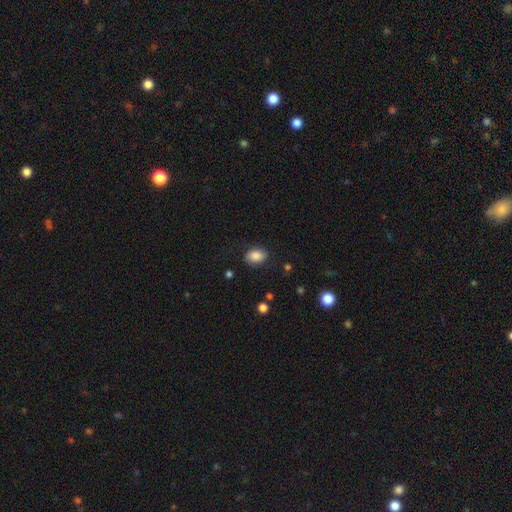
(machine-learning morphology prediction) smooth-or-featured: smooth: 84% | featured or disk: 8% | star or artifact: 8%
  how-rounded: in between: 78% | round: 21% | cigar-shaped: 1%
  merging: none: 77% | minor disturbance: 17% | major disturbance: 5% | merger: 1%